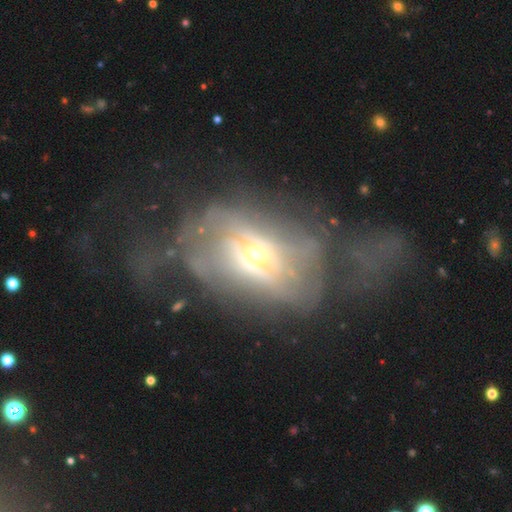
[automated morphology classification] Q: Smooth or featured?
A: featured or disk (70%); runner-up: smooth (20%)
Q: Edge-on disk?
A: no (80%); runner-up: yes (20%)
Q: Bar?
A: no (70%); runner-up: weak (19%)
Q: Spiral arms?
A: no (63%); runner-up: yes (37%)
Q: Bulge size?
A: moderate (58%); runner-up: small (32%)
Q: Merging?
A: major disturbance (50%); runner-up: none (27%)